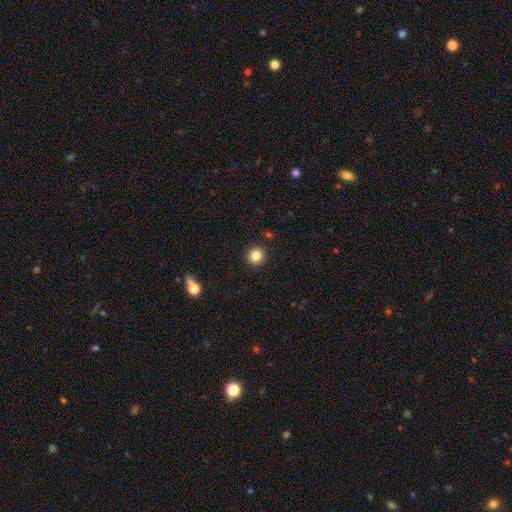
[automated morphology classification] Smooth or featured? Predicted: smooth (p=0.84). How rounded? Predicted: round (p=0.93). Merging? Predicted: none (p=0.92).